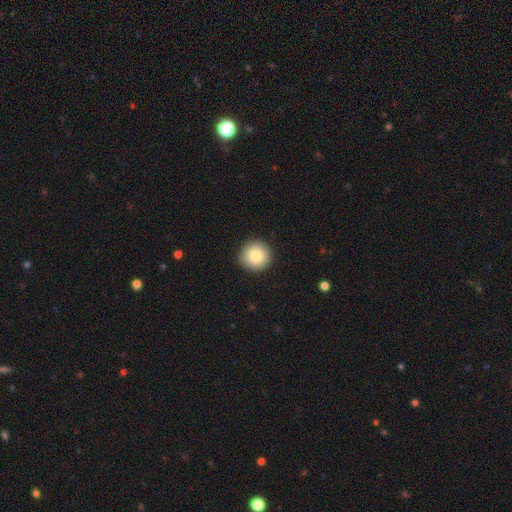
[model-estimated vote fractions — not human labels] Smooth or featured? Predicted: smooth (p=0.83). How rounded? Predicted: round (p=0.95). Merging? Predicted: none (p=0.92).